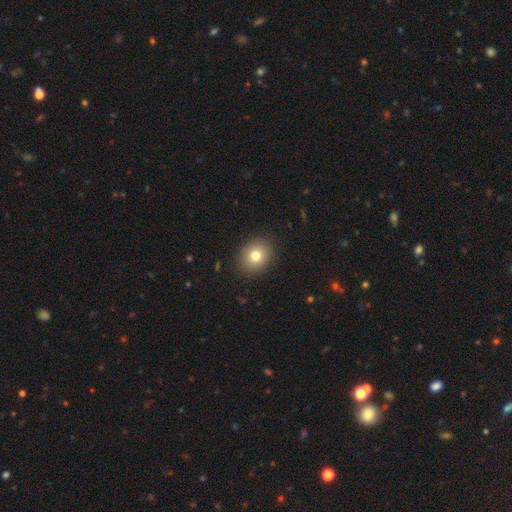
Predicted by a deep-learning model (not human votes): This appears to be a smooth galaxy with no disk features (79%) that is round (61%). Merging: none (88%).